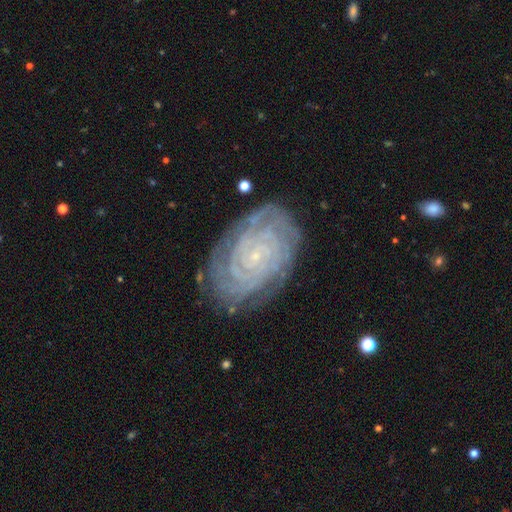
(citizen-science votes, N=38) This appears to be a featured or disk galaxy (89%) with no bar (75%), 2 (38%) tight (97%) spiral arms (100%) and a small central bulge (100%). Merging: none (78%).